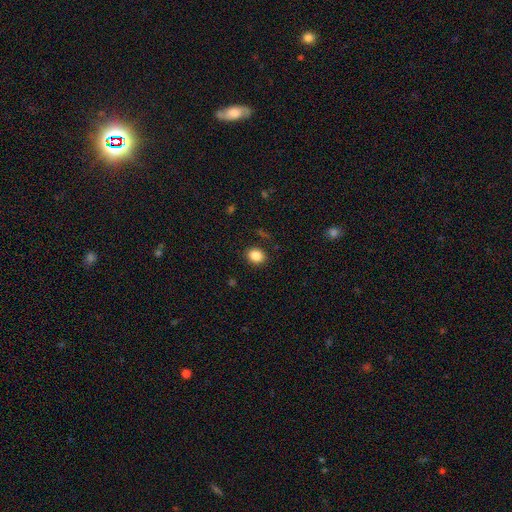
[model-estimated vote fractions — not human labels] Smooth or featured? Predicted: smooth (p=0.86). How rounded? Predicted: round (p=0.60). Merging? Predicted: none (p=0.88).